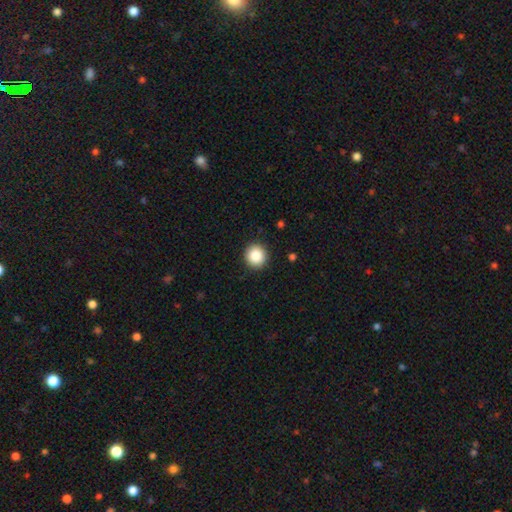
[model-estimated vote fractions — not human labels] Morphology: type=smooth (88%); roundness=round (93%); merging=none (91%).